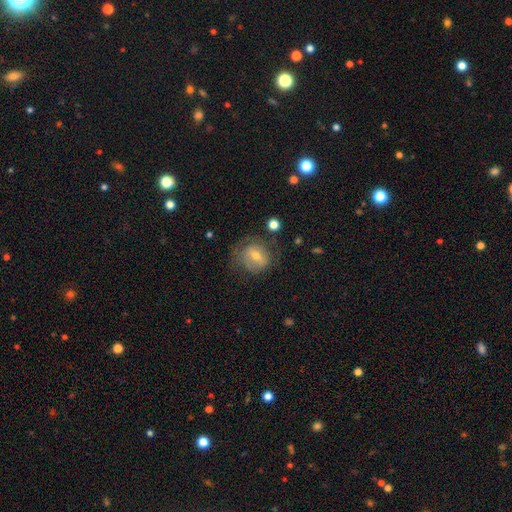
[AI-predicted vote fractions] smooth_or_featured: smooth (p=0.51) [alt: featured or disk p=0.41]
how_rounded: round (p=0.70) [alt: in between p=0.29]
merging: none (p=0.53) [alt: minor disturbance p=0.25]